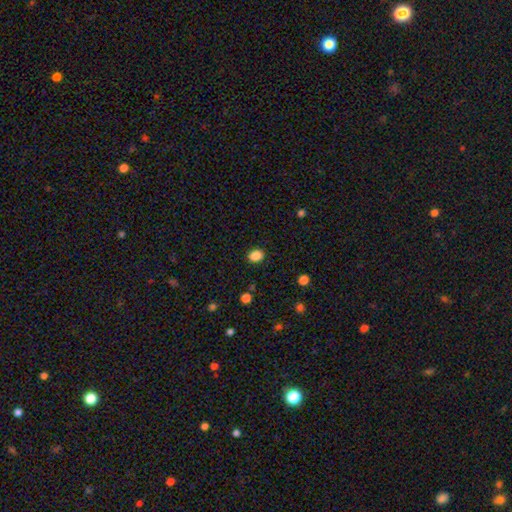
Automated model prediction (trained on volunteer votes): A smooth galaxy with no disk features (87%) that is in between round and cigar-shaped (58%).

Vote fractions:
- Smooth or featured? smooth: 87% / star or artifact: 10% / featured or disk: 3%
- How rounded? in between: 58% / round: 41% / cigar-shaped: 1%
- Merging? none: 89% / minor disturbance: 7% / major disturbance: 2% / merger: 1%